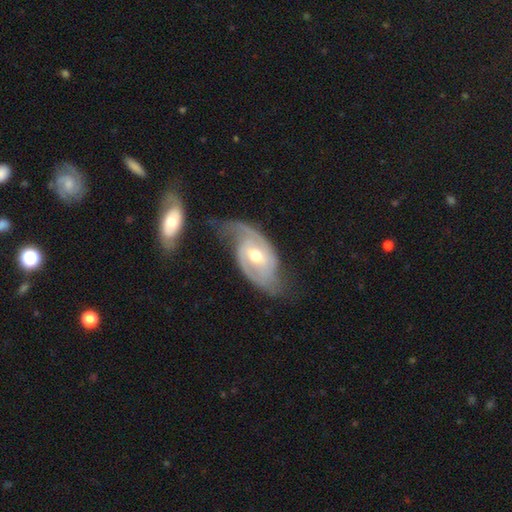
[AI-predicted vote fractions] Smooth or featured?
  - featured or disk: 85% *
  - smooth: 10%
  - star or artifact: 5%
Edge-on disk?
  - no: 95% *
  - yes: 5%
Bar?
  - no: 42% * (tied)
  - weak: 42% * (tied)
  - strong: 16%
Spiral arms?
  - yes: 94% *
  - no: 6%
Spiral winding?
  - medium: 42% *
  - loose: 36%
  - tight: 22%
Spiral arm count?
  - 2: 83% *
  - 1: 7%
  - can't tell: 6%
  - 3: 2%
  - 4: 1%
  - more than 4: 1%
Bulge size?
  - moderate: 73% *
  - small: 20%
  - large: 6%
  - none: 1%
  - dominant: 1%
Merging?
  - none: 54% *
  - minor disturbance: 23%
  - major disturbance: 18%
  - merger: 5%